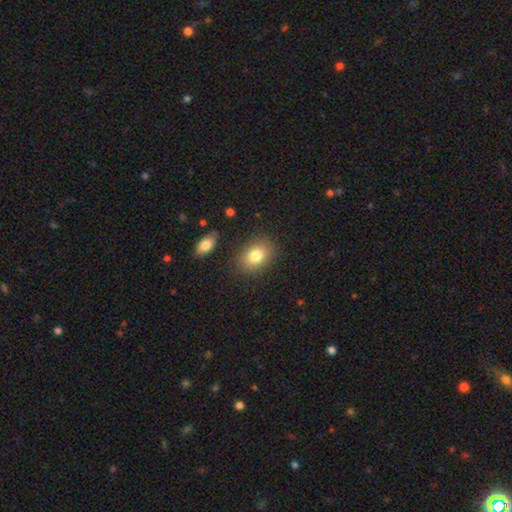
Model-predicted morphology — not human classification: smooth-or-featured: smooth: 81% | featured or disk: 10% | star or artifact: 9%
  how-rounded: in between: 71% | round: 28% | cigar-shaped: 1%
  merging: none: 83% | minor disturbance: 11% | major disturbance: 3% | merger: 3%